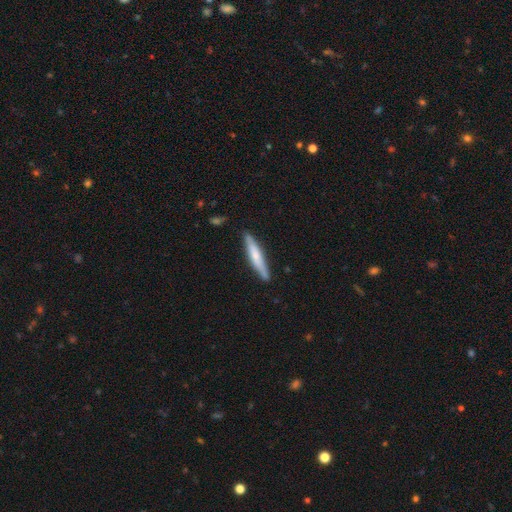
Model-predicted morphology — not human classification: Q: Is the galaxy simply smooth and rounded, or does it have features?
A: smooth — 55%.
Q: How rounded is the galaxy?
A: cigar-shaped — 91%.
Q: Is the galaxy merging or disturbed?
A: none — 86%.